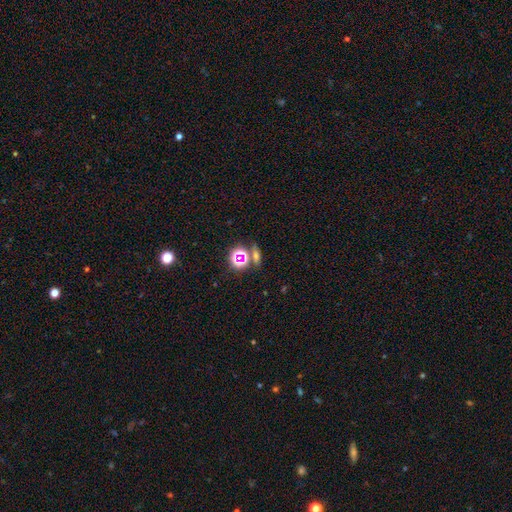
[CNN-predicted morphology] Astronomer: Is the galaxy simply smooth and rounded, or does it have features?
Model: smooth — 43% (runner-up: star or artifact, 38%).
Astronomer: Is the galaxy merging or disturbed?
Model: none — 73%.